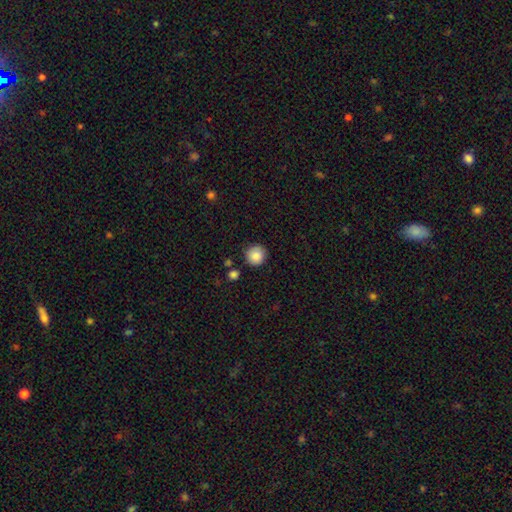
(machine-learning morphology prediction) smooth_or_featured: smooth (p=0.87) [alt: star or artifact p=0.09]
how_rounded: round (p=0.94) [alt: in between p=0.05]
merging: none (p=0.85) [alt: minor disturbance p=0.09]